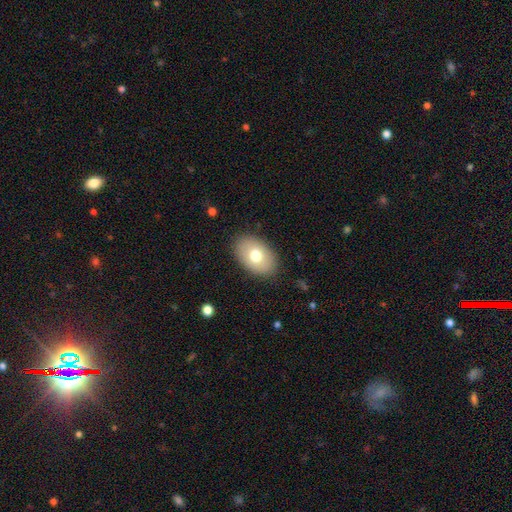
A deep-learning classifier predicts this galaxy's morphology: smooth-or-featured: smooth: 73% | featured or disk: 19% | star or artifact: 8%
  how-rounded: in between: 87% | round: 11% | cigar-shaped: 1%
  merging: none: 86% | minor disturbance: 10% | major disturbance: 3% | merger: 1%